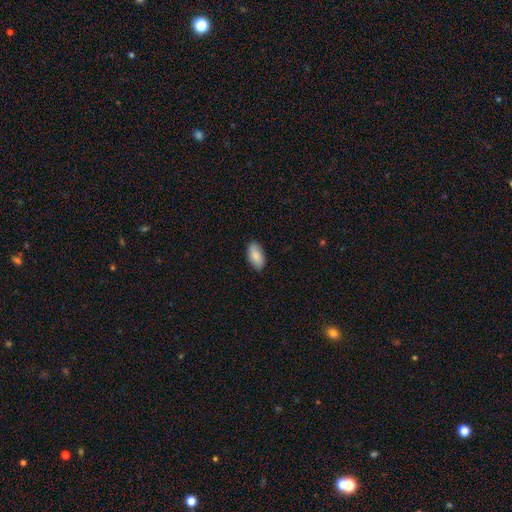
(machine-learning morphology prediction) Smooth or featured?
  - smooth: 87% *
  - featured or disk: 7%
  - star or artifact: 6%
How rounded?
  - in between: 93% *
  - cigar-shaped: 4%
  - round: 3%
Merging?
  - none: 86% *
  - minor disturbance: 11%
  - major disturbance: 2%
  - merger: 1%